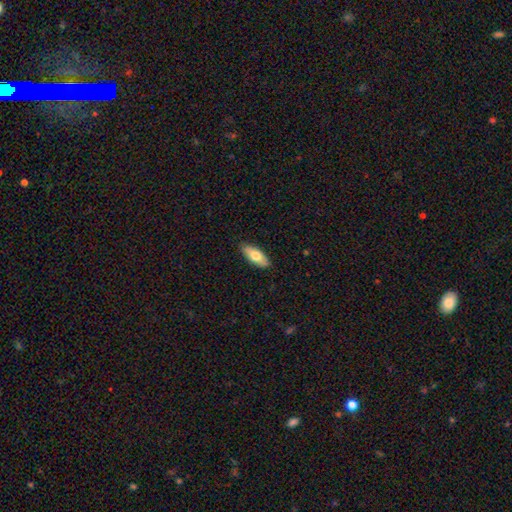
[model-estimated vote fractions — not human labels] Smooth or featured? smooth (73%)
How rounded? in between (79%)
Merging? none (88%)